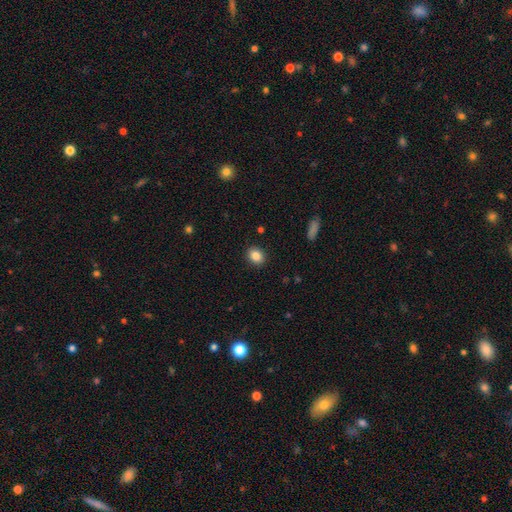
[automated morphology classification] This appears to be a smooth galaxy with no disk features (86%) that is in between round and cigar-shaped (52%). Merging: none (90%).